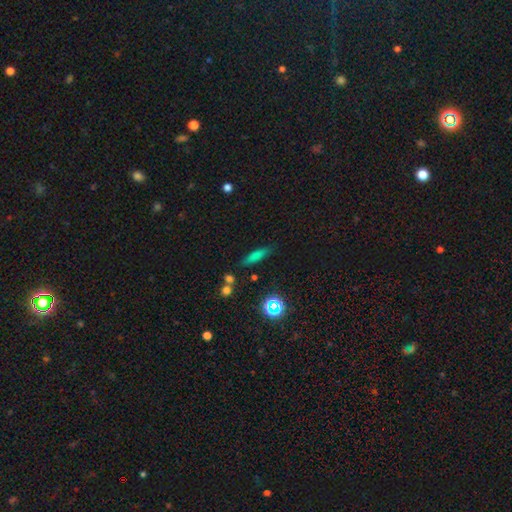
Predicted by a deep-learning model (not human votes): Smooth or featured? smooth (70%)
How rounded? cigar-shaped (71%)
Merging? none (80%)